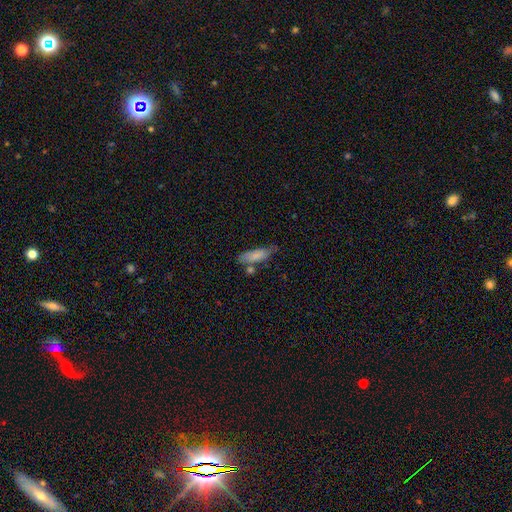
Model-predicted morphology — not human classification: type=smooth (78%); roundness=in between (54%); merging=none (54%).